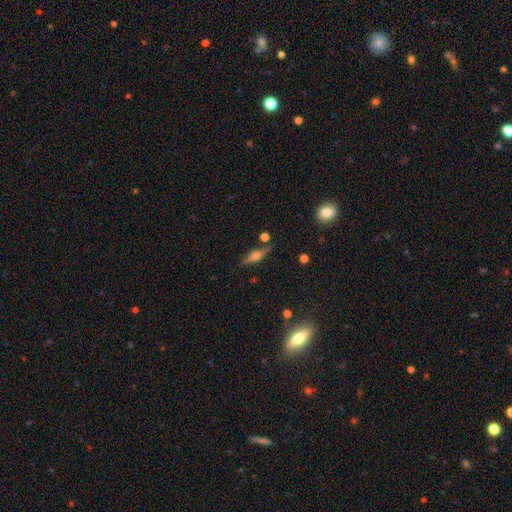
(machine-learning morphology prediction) The model was most divided on "smooth or featured": featured or disk: 65%, smooth: 25%, star or artifact: 10%. More confident: edge-on disk — yes (95%); edge-on bulge — rounded (87%); merging — none (81%).